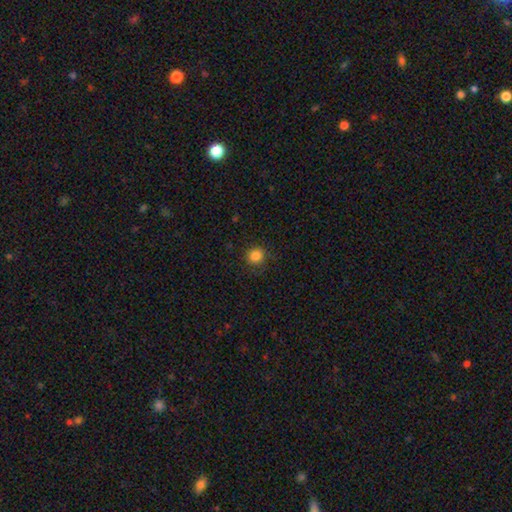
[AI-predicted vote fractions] This appears to be a smooth galaxy with no disk features (85%) that is round (92%). Merging: none (86%).